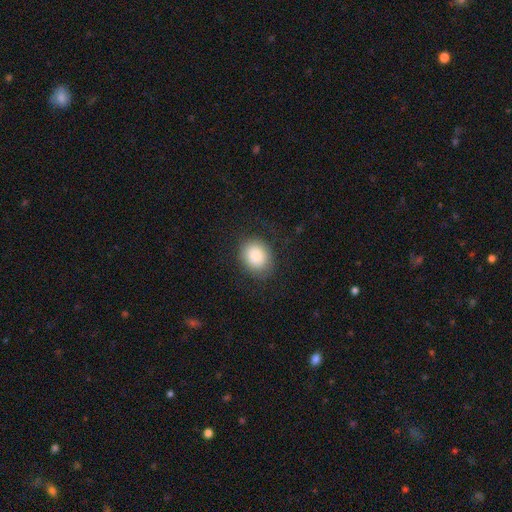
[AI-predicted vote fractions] The model was most divided on "how rounded": round: 59%, in between: 40%, cigar-shaped: 1%. More confident: smooth or featured — smooth (84%); merging — none (79%).